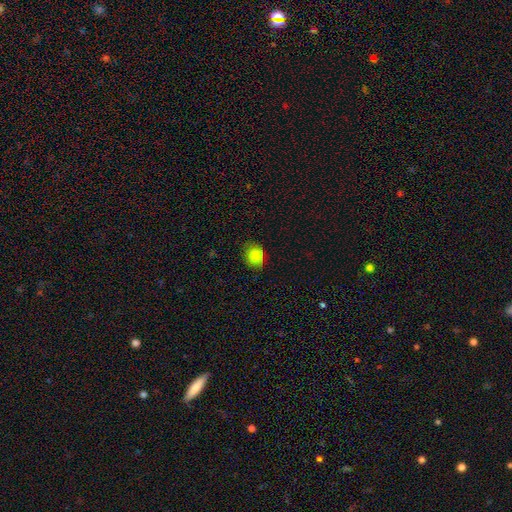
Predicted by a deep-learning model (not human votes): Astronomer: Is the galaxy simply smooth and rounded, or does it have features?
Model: smooth — 86%.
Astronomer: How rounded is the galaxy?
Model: round — 61% (runner-up: in between, 38%).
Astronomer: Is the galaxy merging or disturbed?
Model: none — 77%.